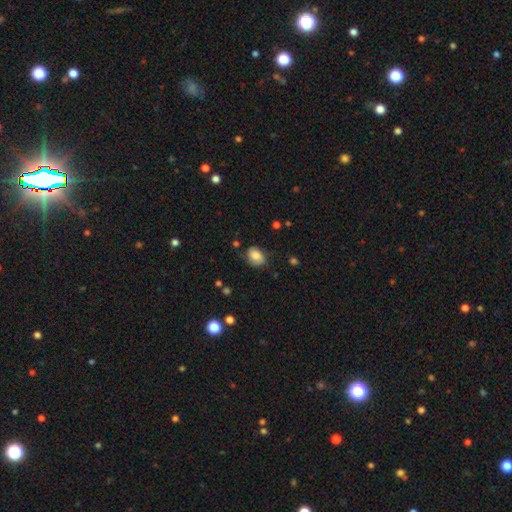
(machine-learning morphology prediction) A smooth galaxy with no disk features (77%) that is in between round and cigar-shaped (68%). Merging: none (67%).